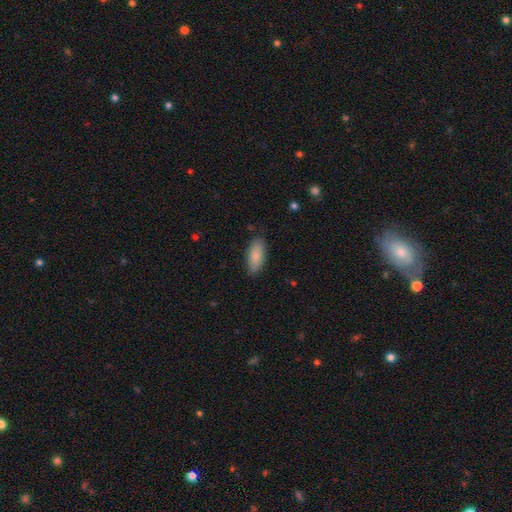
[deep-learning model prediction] Morphology: type=smooth (83%); roundness=in between (83%); merging=none (82%).